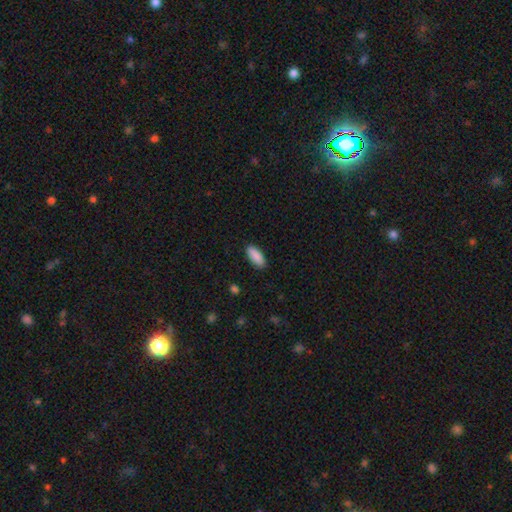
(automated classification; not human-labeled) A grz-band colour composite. It shows a smooth galaxy with no disk features (90%) that is in between round and cigar-shaped (80%). Merging: none (89%).